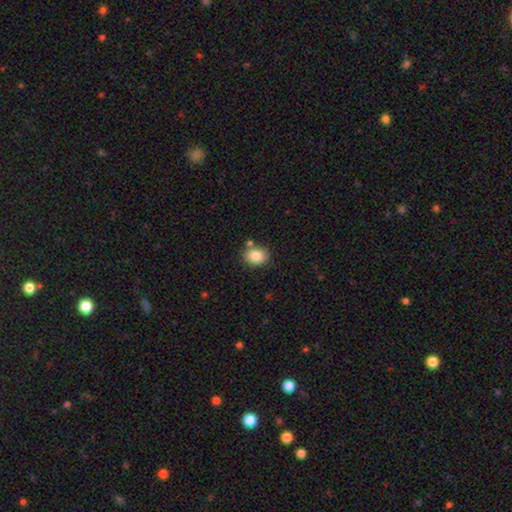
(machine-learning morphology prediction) This appears to be a smooth galaxy with no disk features (85%) that is in between round and cigar-shaped (56%). Merging: none (77%).